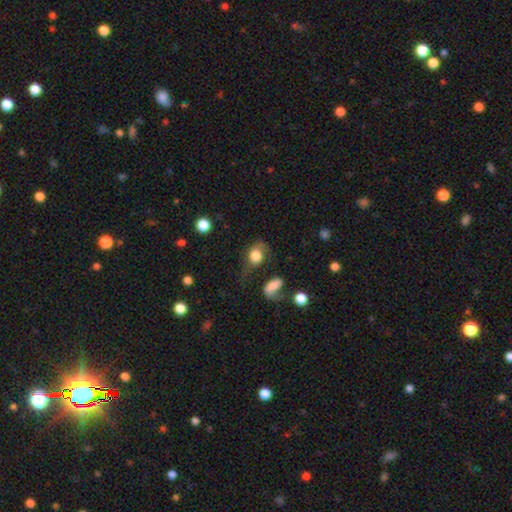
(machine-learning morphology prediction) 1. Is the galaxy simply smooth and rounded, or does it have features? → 69% smooth, 21% featured or disk, 9% star or artifact.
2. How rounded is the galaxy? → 54% in between, 44% round, 2% cigar-shaped.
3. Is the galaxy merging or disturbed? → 39% none, 27% major disturbance, 25% minor disturbance, 8% merger.